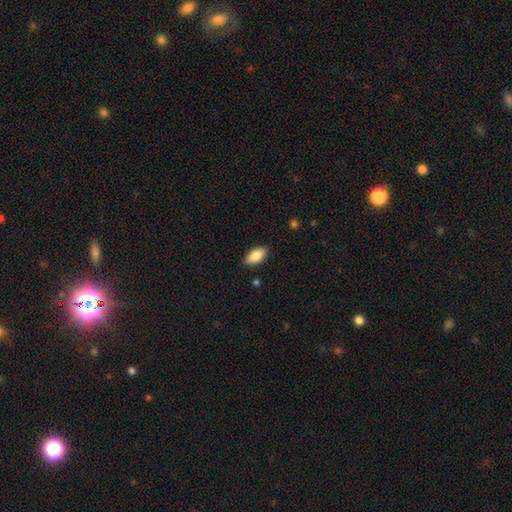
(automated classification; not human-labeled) Q: Smooth or featured?
A: smooth (79%); runner-up: featured or disk (14%)
Q: How rounded?
A: in between (88%); runner-up: cigar-shaped (9%)
Q: Merging?
A: none (86%); runner-up: minor disturbance (10%)